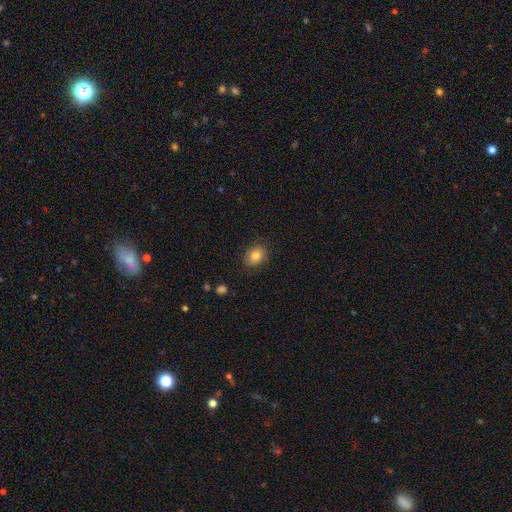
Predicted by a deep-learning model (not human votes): A smooth galaxy with no disk features (82%) that is in between round and cigar-shaped (61%).

Vote fractions:
- Smooth or featured? smooth: 82% / featured or disk: 9% / star or artifact: 9%
- How rounded? in between: 61% / round: 38% / cigar-shaped: 1%
- Merging? none: 83% / minor disturbance: 13% / major disturbance: 3% / merger: 1%